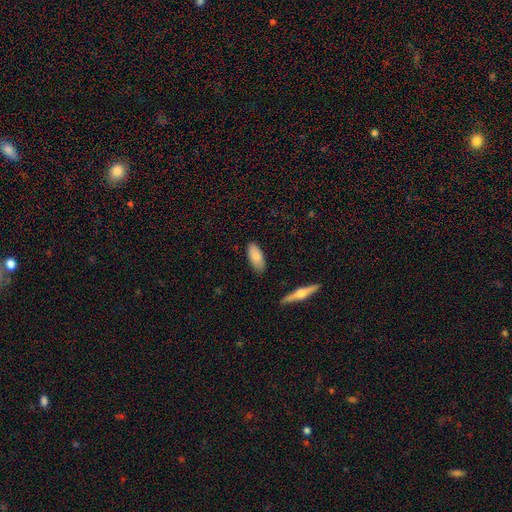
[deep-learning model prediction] Smooth or featured: smooth — 83% (featured or disk — 11%)
How rounded: in between — 81% (cigar-shaped — 18%)
Merging: none — 84% (minor disturbance — 12%)